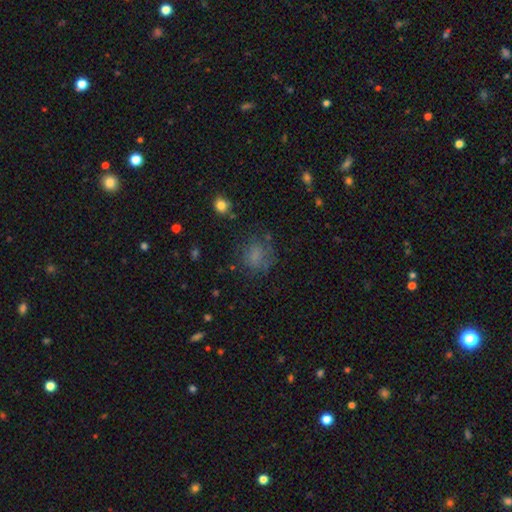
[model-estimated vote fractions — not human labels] A smooth galaxy with no disk features (68%) that is round (73%). Merging: none (63%).